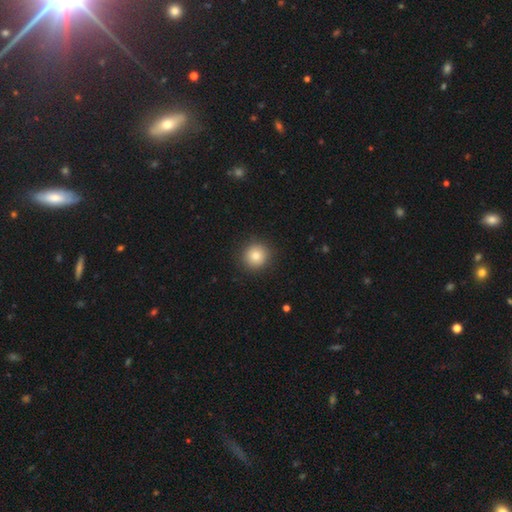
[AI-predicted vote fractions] The model was most divided on "smooth or featured": smooth: 82%, star or artifact: 11%, featured or disk: 7%. More confident: how rounded — round (93%); merging — none (91%).